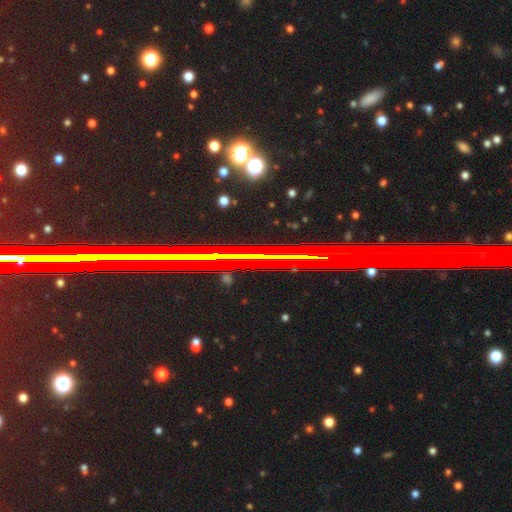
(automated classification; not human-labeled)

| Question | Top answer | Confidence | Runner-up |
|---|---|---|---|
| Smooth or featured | star or artifact | 81% | featured or disk (11%) |